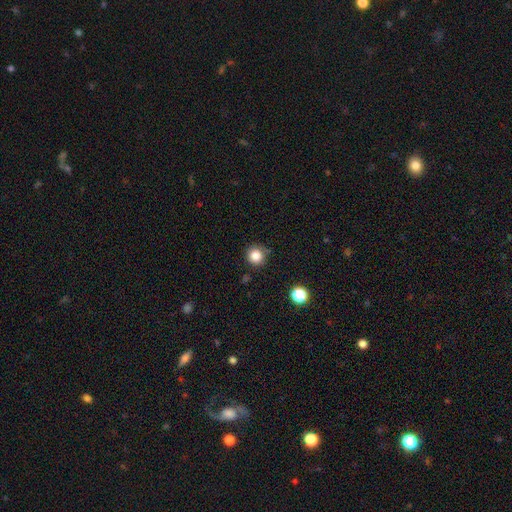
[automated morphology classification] A smooth galaxy with no disk features (84%) that is round (94%).

Vote fractions:
- Smooth or featured? smooth: 84% / star or artifact: 12% / featured or disk: 5%
- How rounded? round: 94% / in between: 5% / cigar-shaped: 1%
- Merging? none: 84% / minor disturbance: 11% / major disturbance: 3% / merger: 3%